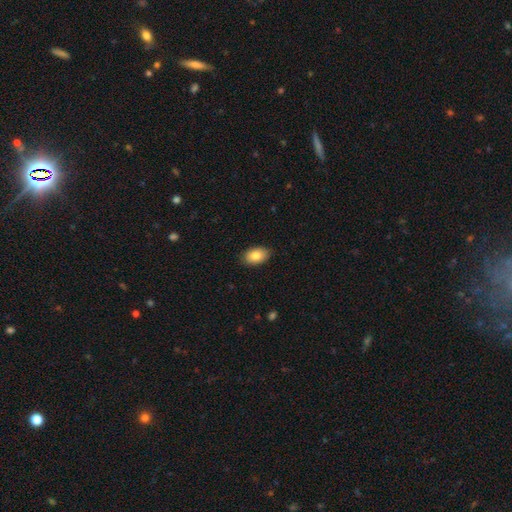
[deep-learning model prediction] A smooth galaxy with no disk features (83%) that is in between round and cigar-shaped (90%).

Vote fractions:
- Smooth or featured? smooth: 83% / featured or disk: 10% / star or artifact: 7%
- How rounded? in between: 90% / round: 9% / cigar-shaped: 1%
- Merging? none: 88% / minor disturbance: 9% / major disturbance: 2% / merger: 1%